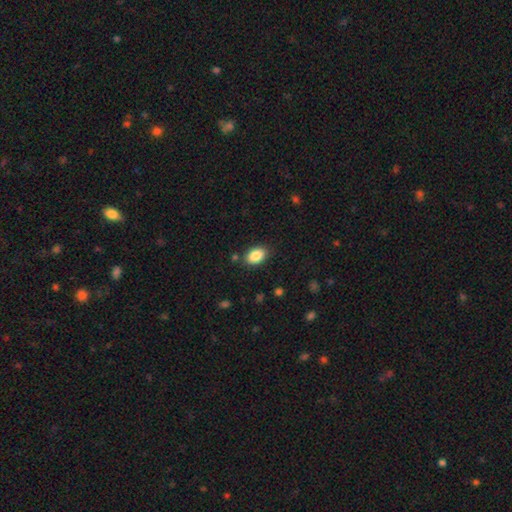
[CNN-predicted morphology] This appears to be a smooth galaxy with no disk features (87%) that is in between round and cigar-shaped (86%). Merging: none (85%).